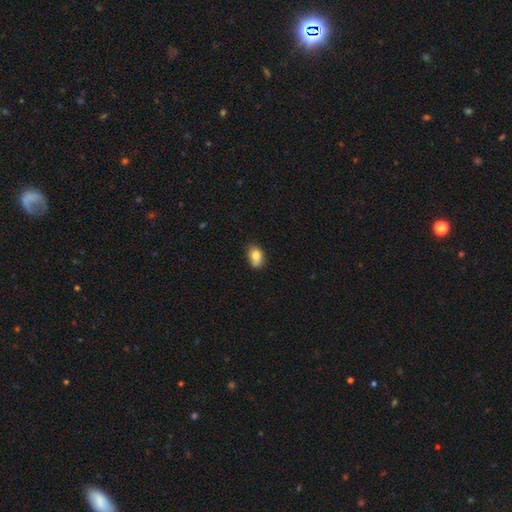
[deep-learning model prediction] Smooth or featured? smooth (80%)
How rounded? in between (79%)
Merging? none (50%)